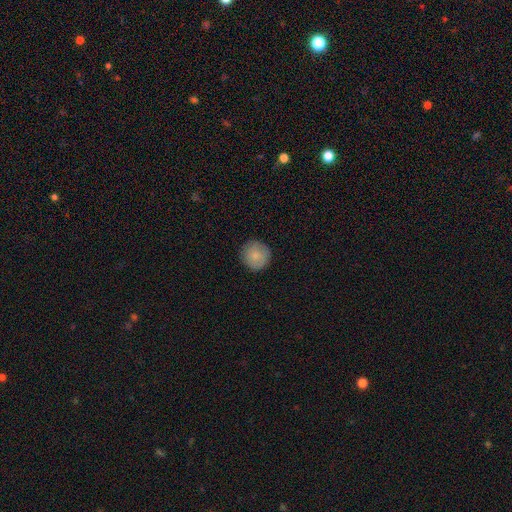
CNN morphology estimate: A smooth galaxy with no disk features (84%) that is round (95%). Merging: none (88%).